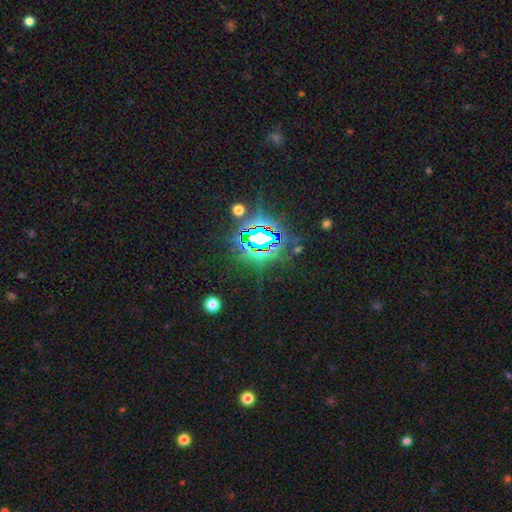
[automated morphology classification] A star or artifact, not a galaxy (83%).

Vote fractions:
- Smooth or featured? star or artifact: 83% / smooth: 10% / featured or disk: 8%